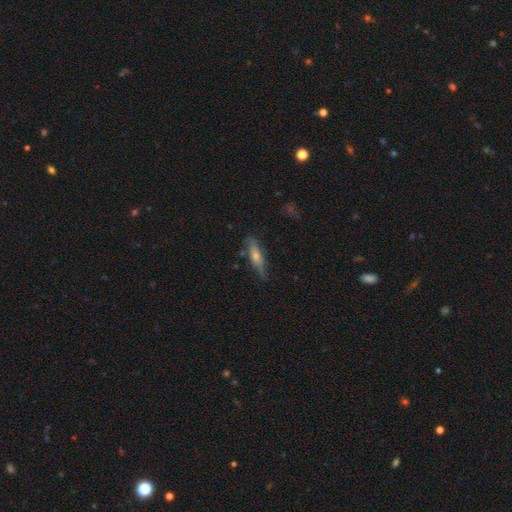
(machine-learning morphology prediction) Overall: featured or disk (50%; smooth 41%). Edge-on disk: yes (83%). Merging: none (78%).